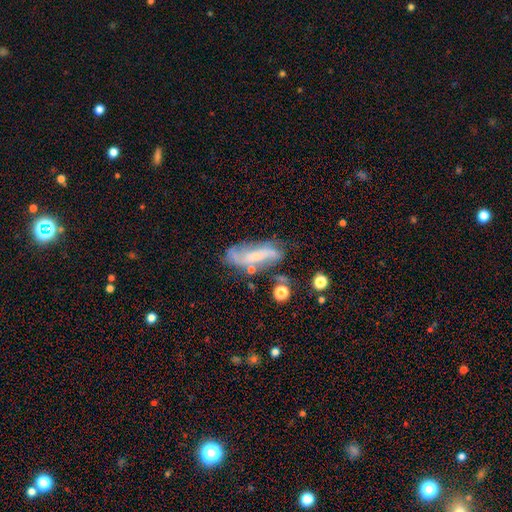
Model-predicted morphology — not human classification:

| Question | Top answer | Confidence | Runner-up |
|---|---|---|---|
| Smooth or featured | featured or disk | 67% | smooth (24%) |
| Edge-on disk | no | 85% | yes (15%) |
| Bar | no | 41% | weak (35%) |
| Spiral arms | yes | 84% | no (16%) |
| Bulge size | small | 56% | none (20%) |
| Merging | none | 54% | minor disturbance (24%) |